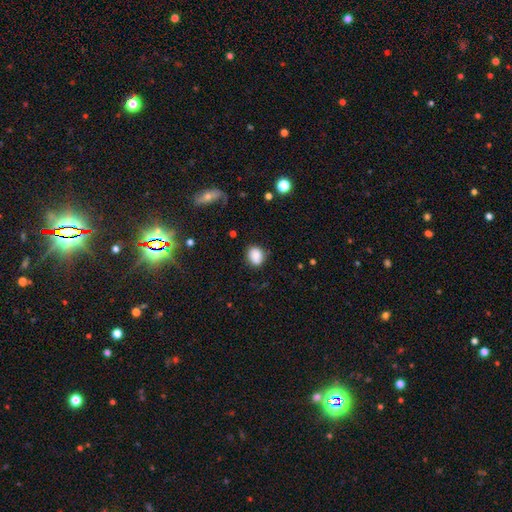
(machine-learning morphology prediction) smooth-or-featured: smooth: 84% | star or artifact: 9% | featured or disk: 7%
  how-rounded: in between: 50% | round: 49% | cigar-shaped: 1%
  merging: none: 76% | minor disturbance: 17% | major disturbance: 5% | merger: 2%